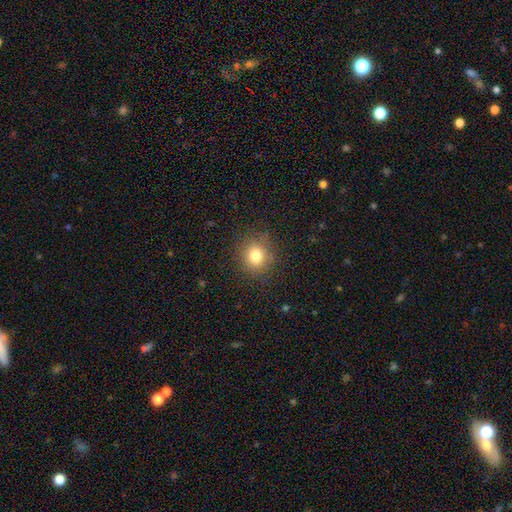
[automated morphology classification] Smooth or featured?
  - smooth: 79% *
  - star or artifact: 13%
  - featured or disk: 8%
How rounded?
  - round: 84% *
  - in between: 15%
  - cigar-shaped: 1%
Merging?
  - none: 86% *
  - minor disturbance: 9%
  - major disturbance: 4%
  - merger: 1%